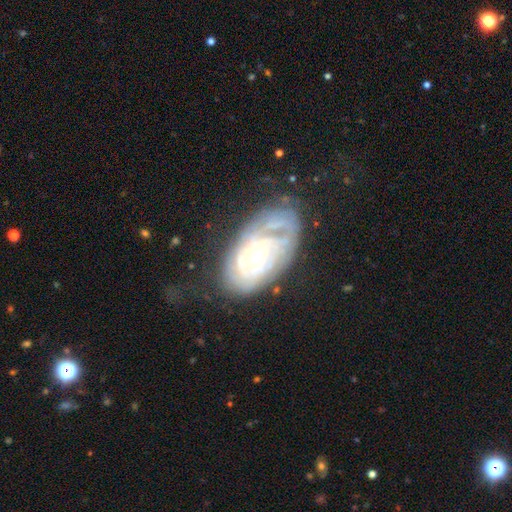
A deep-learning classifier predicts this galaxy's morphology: This appears to be a featured or disk galaxy (81%) with no bar (70%), tight (73%) spiral arms (87%) and a moderate central bulge (62%). Merging: none (56%).